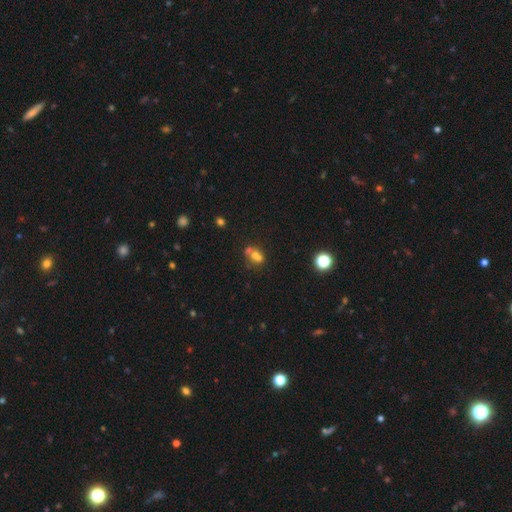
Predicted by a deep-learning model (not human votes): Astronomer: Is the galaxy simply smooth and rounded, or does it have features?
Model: smooth — 57%.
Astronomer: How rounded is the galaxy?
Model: round — 59% (runner-up: in between, 40%).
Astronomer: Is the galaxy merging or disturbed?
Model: merger — 55% (runner-up: none, 31%).